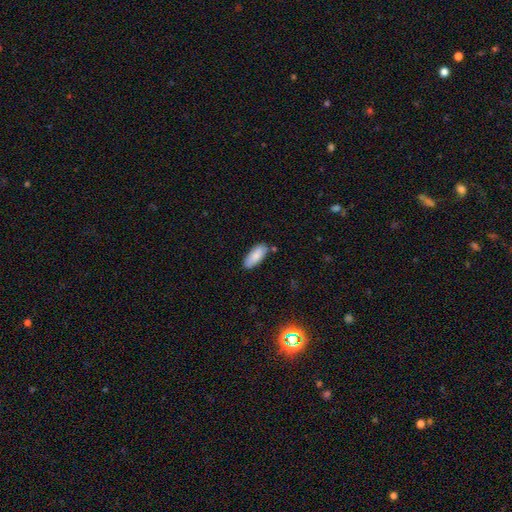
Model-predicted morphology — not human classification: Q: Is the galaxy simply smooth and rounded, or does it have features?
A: smooth — 85%.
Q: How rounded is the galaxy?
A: in between — 79%.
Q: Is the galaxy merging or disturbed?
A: none — 81%.